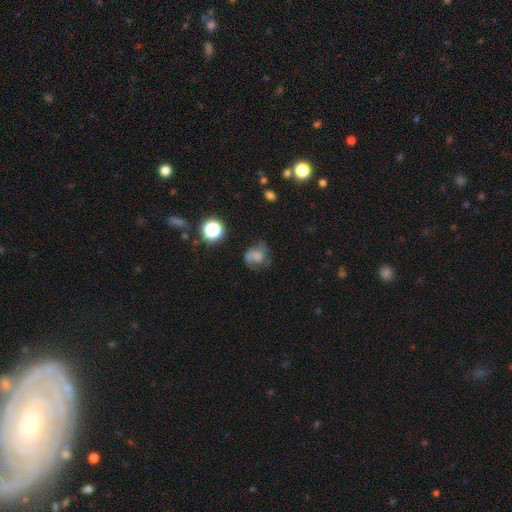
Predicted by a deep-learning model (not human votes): A smooth galaxy with no disk features (50%) that is round (60%). Merging: none (43%).